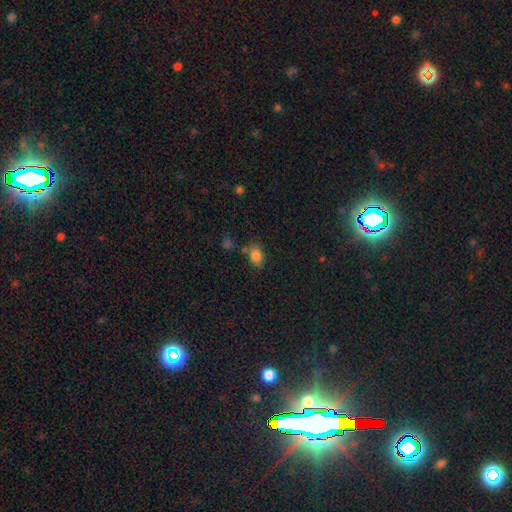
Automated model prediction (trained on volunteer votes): Smooth or featured? Predicted: smooth (p=0.81). How rounded? Predicted: in between (p=0.71). Merging? Predicted: none (p=0.65).